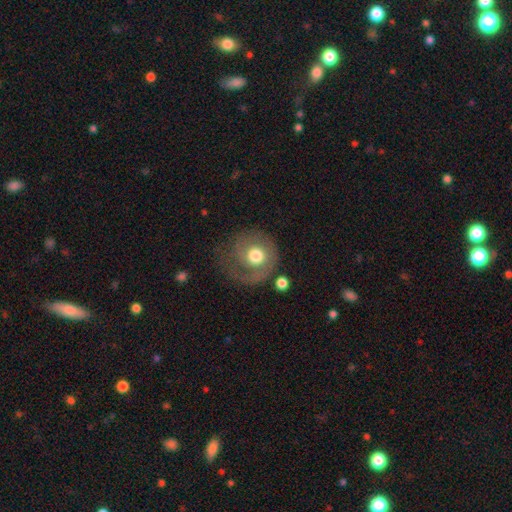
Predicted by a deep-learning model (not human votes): Smooth or featured: featured or disk — 46% (tied with smooth — 46%)
Merging: none — 47% (major disturbance — 27%)